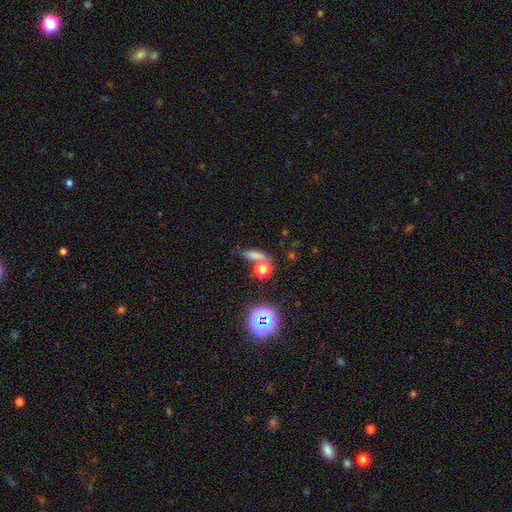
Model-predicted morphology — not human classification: The model was most divided on "how rounded": in between: 43%, cigar-shaped: 34%, round: 23%. More confident: smooth or featured — smooth (66%); merging — none (56%).